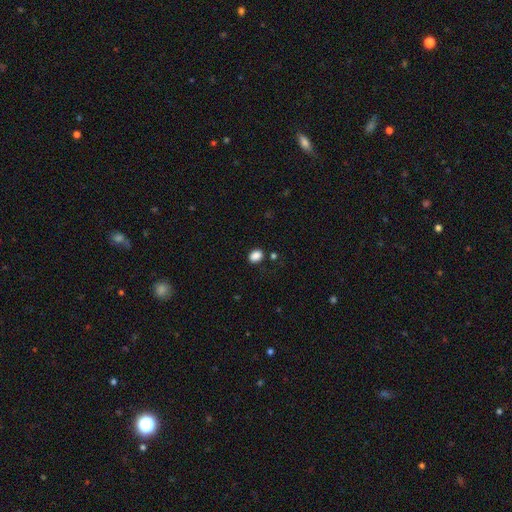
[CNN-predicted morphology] The model was most divided on "how rounded": in between: 66%, round: 33%, cigar-shaped: 1%. More confident: smooth or featured — smooth (87%); merging — none (81%).